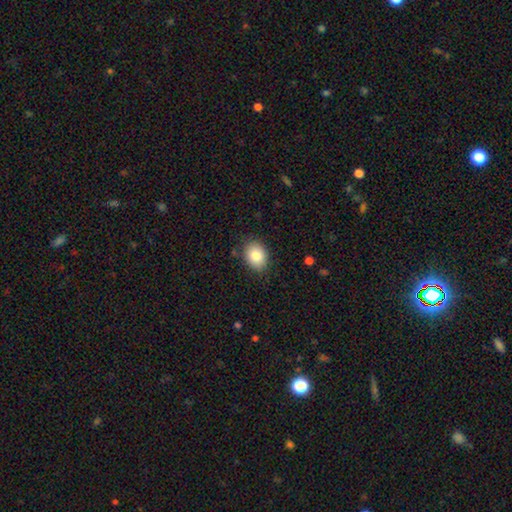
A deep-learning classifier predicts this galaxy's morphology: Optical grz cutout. It shows a smooth galaxy with no disk features (83%) that is in between round and cigar-shaped (56%). Merging: none (85%).